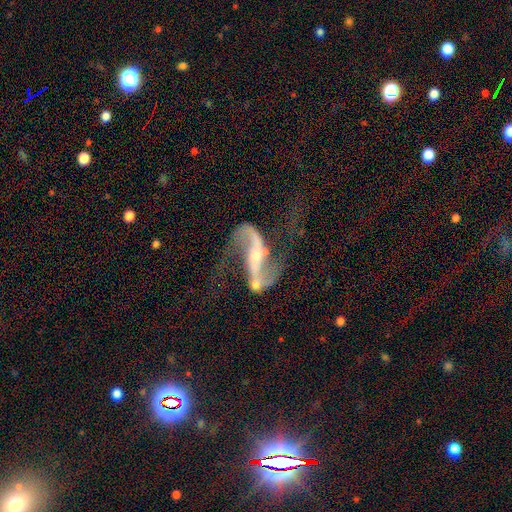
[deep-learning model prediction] A featured or disk galaxy (90%) with a strong bar (52%), 2 (93%) loose (77%) spiral arms (96%) and a small central bulge (62%). Merging: none (60%).